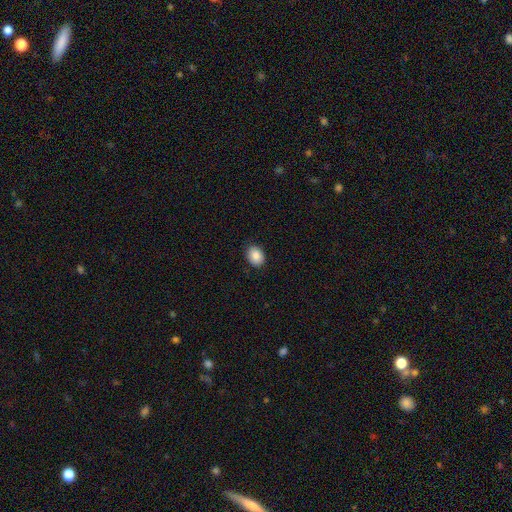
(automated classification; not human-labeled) This is clearly a smooth galaxy (87%). How rounded: likely in between (67%). Merging: clearly none (88%).